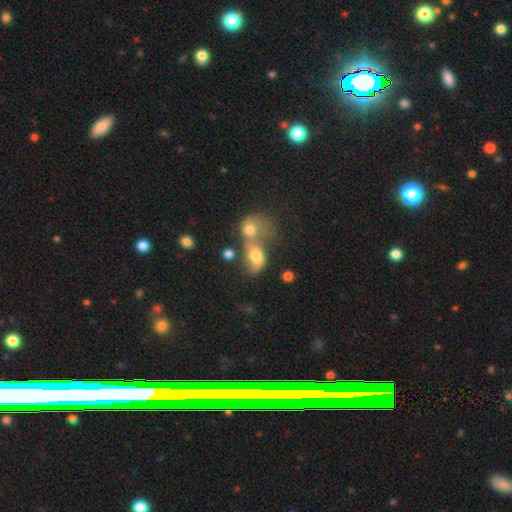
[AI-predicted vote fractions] The model was most divided on "smooth or featured": smooth: 66%, featured or disk: 23%, star or artifact: 11%. More confident: how rounded — in between (71%); merging — merger (70%).